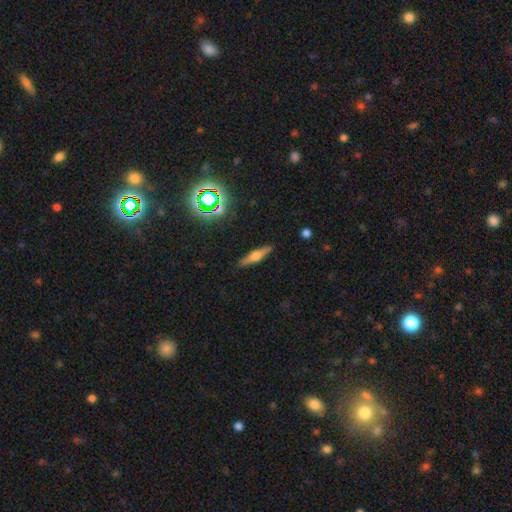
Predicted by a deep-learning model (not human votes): Smooth or featured? featured or disk (56%)
Edge-on disk? yes (95%)
Edge-on bulge? rounded (90%)
Merging? none (89%)